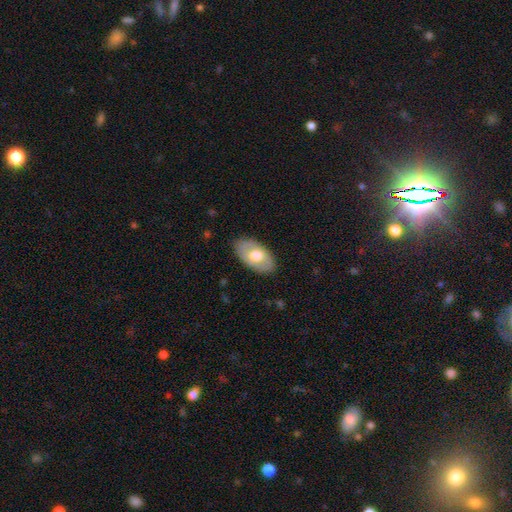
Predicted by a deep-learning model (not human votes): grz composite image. It shows a smooth galaxy with no disk features (58%) that is in between round and cigar-shaped (93%). Merging: none (82%).